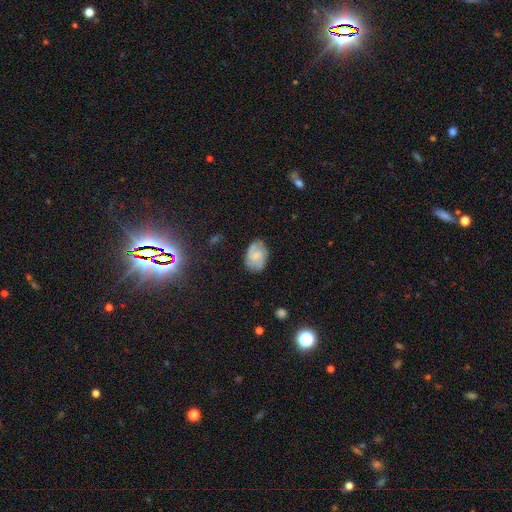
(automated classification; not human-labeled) Q: Smooth or featured?
A: featured or disk (46%); runner-up: smooth (45%)
Q: Merging?
A: none (75%); runner-up: minor disturbance (18%)